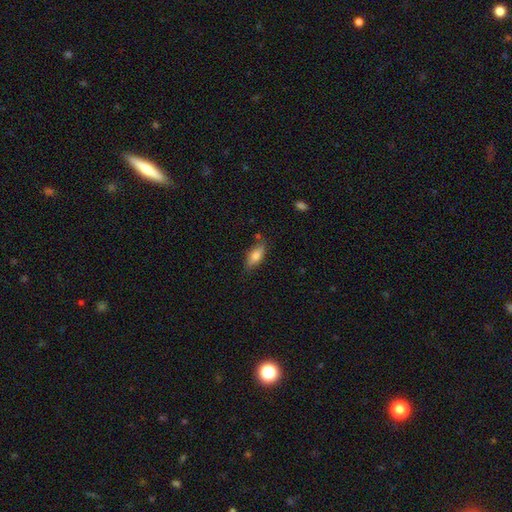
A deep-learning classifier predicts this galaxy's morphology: Q: Smooth or featured?
A: smooth (75%); runner-up: featured or disk (18%)
Q: How rounded?
A: in between (76%); runner-up: cigar-shaped (21%)
Q: Merging?
A: none (74%); runner-up: minor disturbance (19%)